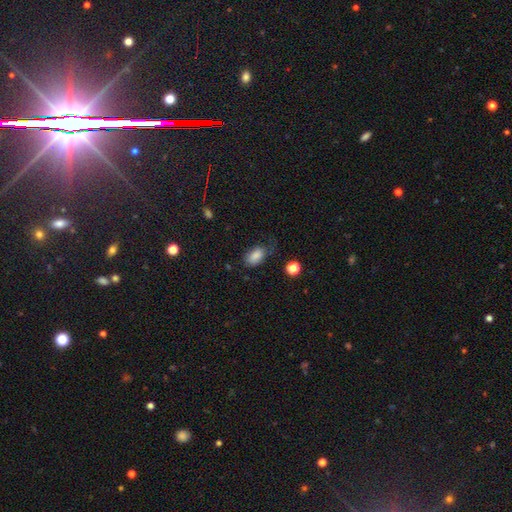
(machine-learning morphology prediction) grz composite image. It shows a smooth galaxy with no disk features (83%) that is in between round and cigar-shaped (91%). Merging: none (55%).